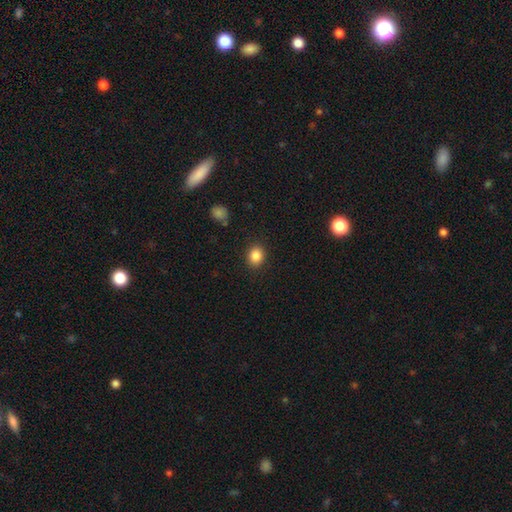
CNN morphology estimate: smooth-or-featured: smooth: 86% | star or artifact: 10% | featured or disk: 4%
  how-rounded: round: 65% | in between: 35% | cigar-shaped: 1%
  merging: none: 89% | minor disturbance: 8% | major disturbance: 3% | merger: 1%